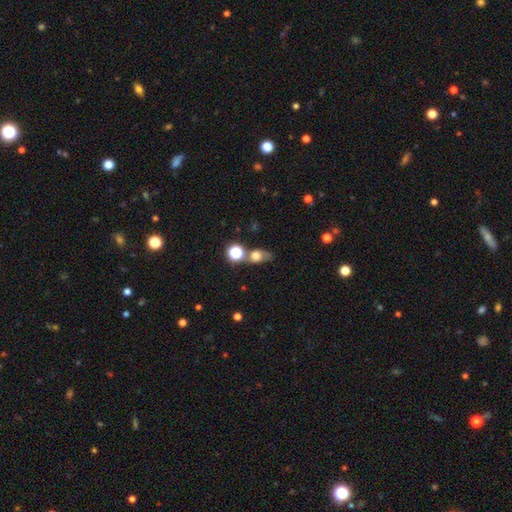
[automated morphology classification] smooth-or-featured: smooth: 63% | featured or disk: 20% | star or artifact: 17%
  how-rounded: in between: 50% | round: 45% | cigar-shaped: 4%
  merging: none: 42% | merger: 25% | minor disturbance: 20% | major disturbance: 14%